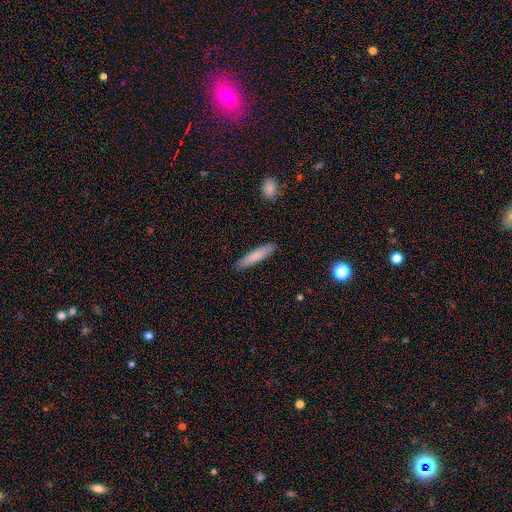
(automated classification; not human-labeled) A smooth galaxy with no disk features (80%) that is cigar-shaped (87%).

Vote fractions:
- Smooth or featured? smooth: 80% / featured or disk: 14% / star or artifact: 6%
- How rounded? cigar-shaped: 87% / in between: 12% / round: 1%
- Merging? none: 89% / minor disturbance: 8% / major disturbance: 2% / merger: 1%